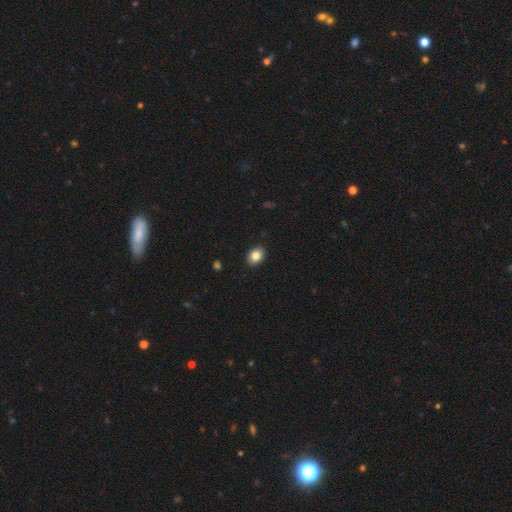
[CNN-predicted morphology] The model was most divided on "how rounded": in between: 73%, round: 26%, cigar-shaped: 1%. More confident: merging — none (90%); smooth or featured — smooth (83%).